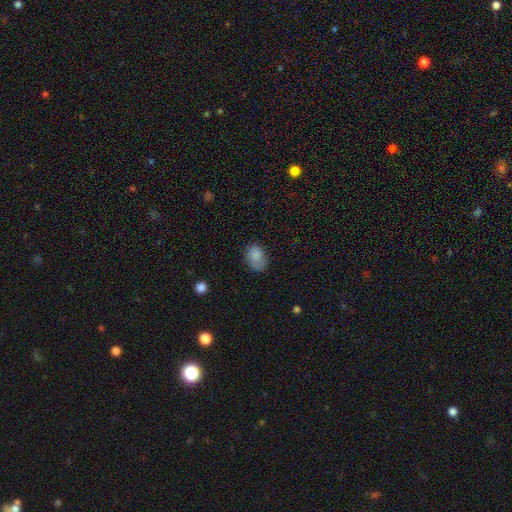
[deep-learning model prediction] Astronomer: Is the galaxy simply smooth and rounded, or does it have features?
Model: smooth — 83%.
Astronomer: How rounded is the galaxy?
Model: in between — 79%.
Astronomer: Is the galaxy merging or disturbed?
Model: none — 61%.